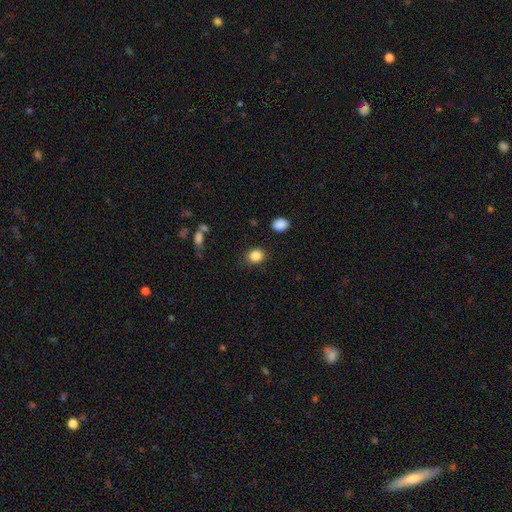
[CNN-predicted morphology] Smooth or featured? Predicted: smooth (p=0.86). How rounded? Predicted: round (p=0.69). Merging? Predicted: none (p=0.87).